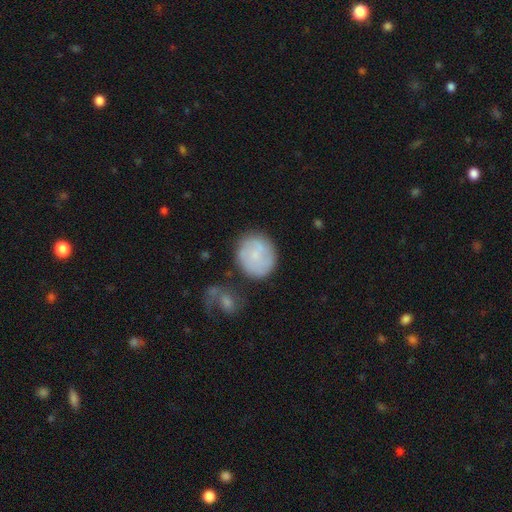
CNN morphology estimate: type=smooth (58%); roundness=round (82%); merging=none (71%).